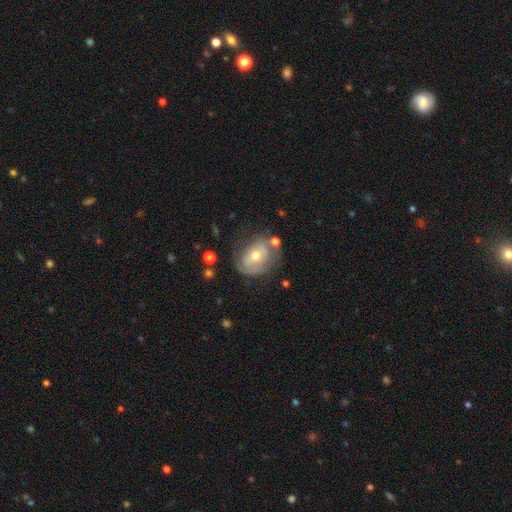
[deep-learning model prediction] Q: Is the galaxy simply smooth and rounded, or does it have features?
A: featured or disk — 58%.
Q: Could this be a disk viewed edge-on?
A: no — 94%.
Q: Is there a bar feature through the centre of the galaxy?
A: no — 59%.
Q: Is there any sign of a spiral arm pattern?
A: yes — 58%.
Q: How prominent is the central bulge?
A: moderate — 64%.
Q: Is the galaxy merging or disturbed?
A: none — 49%.